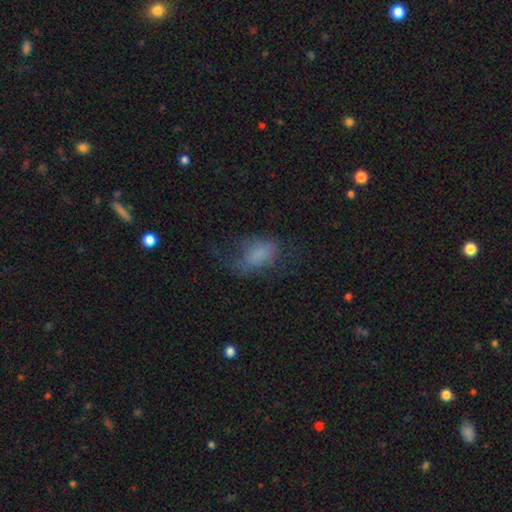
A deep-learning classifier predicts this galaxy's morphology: smooth_or_featured: smooth (p=0.65) [alt: featured or disk p=0.24]
how_rounded: in between (p=0.88) [alt: round p=0.09]
merging: major disturbance (p=0.37) [alt: none p=0.36]